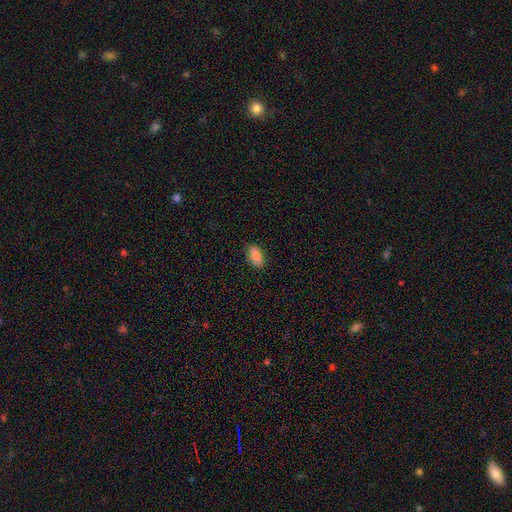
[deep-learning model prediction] Smooth or featured? Predicted: smooth (p=0.87). How rounded? Predicted: in between (p=0.91). Merging? Predicted: none (p=0.83).